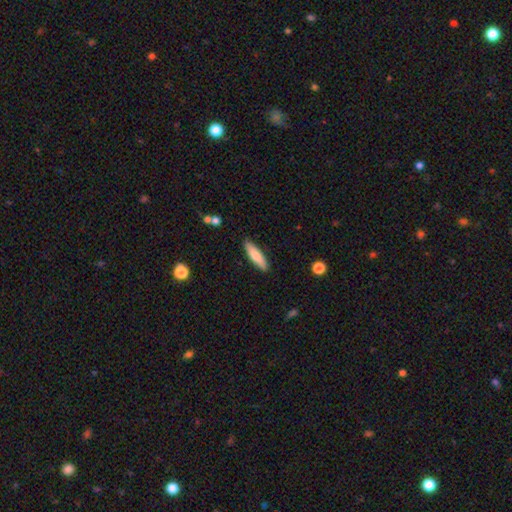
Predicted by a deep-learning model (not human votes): Overall: smooth (77%). How rounded: cigar-shaped (70%). Merging: none (88%).